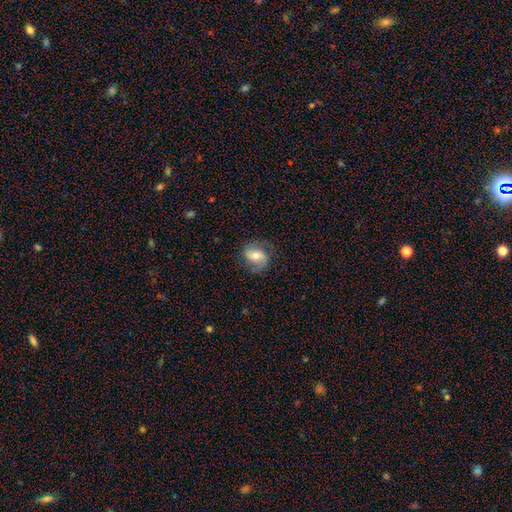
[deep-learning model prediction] Overall: featured or disk (55%; smooth 37%). Edge-on disk: no (96%). Bar: weak (39%; no 38%). Spiral arms: yes (85%). Bulge size: moderate (65%). Merging: none (77%).